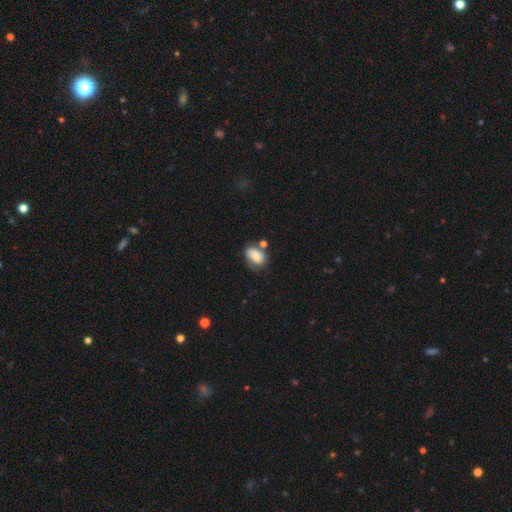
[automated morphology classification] The model was most divided on "smooth or featured": smooth: 56%, featured or disk: 36%, star or artifact: 8%. Remaining: how rounded — in between (78%); merging — none (49%).